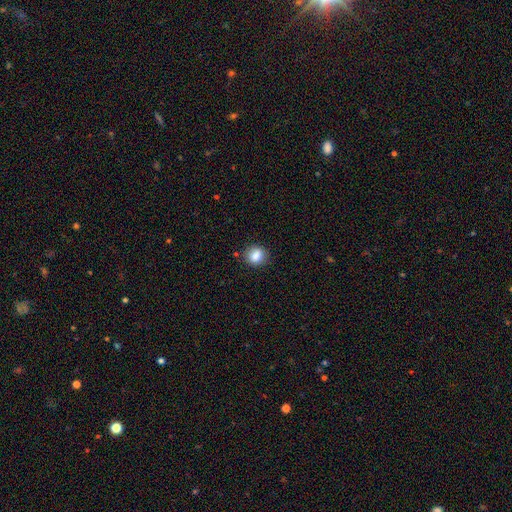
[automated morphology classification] This appears to be a smooth galaxy with no disk features (85%) that is round (72%). Merging: none (84%).